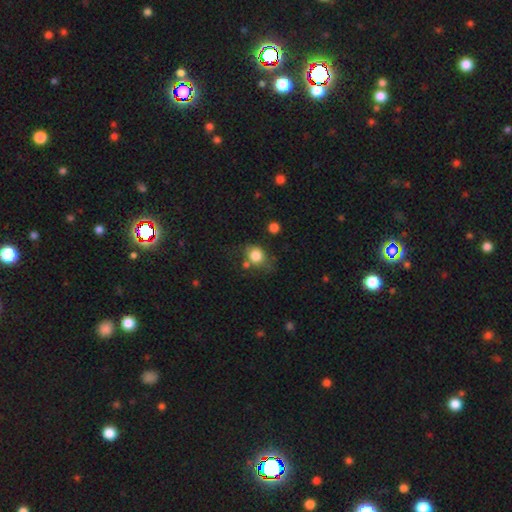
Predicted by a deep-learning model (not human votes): This is clearly a smooth galaxy (82%). How rounded: likely round (67%). Merging: possibly none (59%).